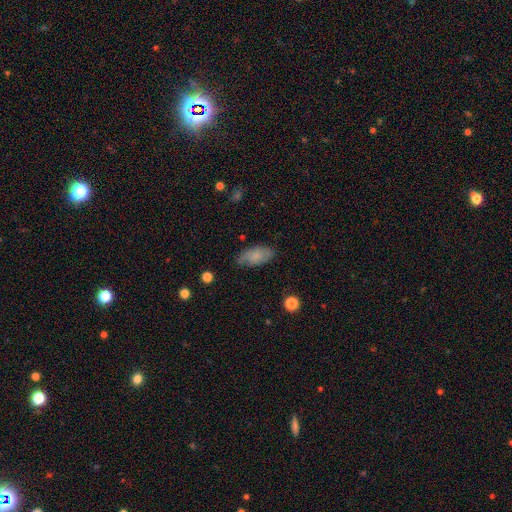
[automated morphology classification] smooth 72%, featured or disk 20%, star or artifact 8%. Down the decision tree: how rounded — in between (91%); merging — none (71%).